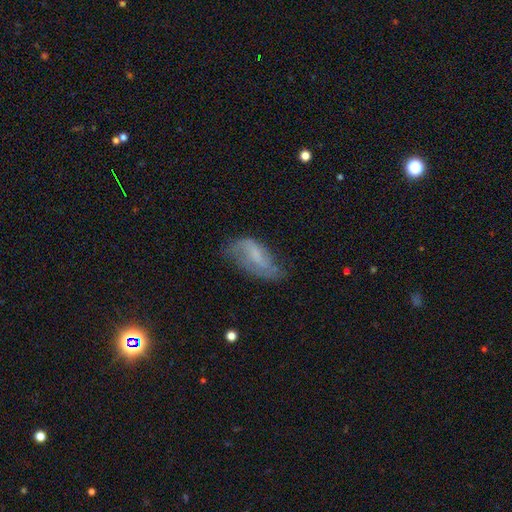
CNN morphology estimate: Smooth or featured: featured or disk — 54% (smooth — 37%)
Edge-on disk: no — 92% (yes — 8%)
Merging: none — 47% (minor disturbance — 32%)